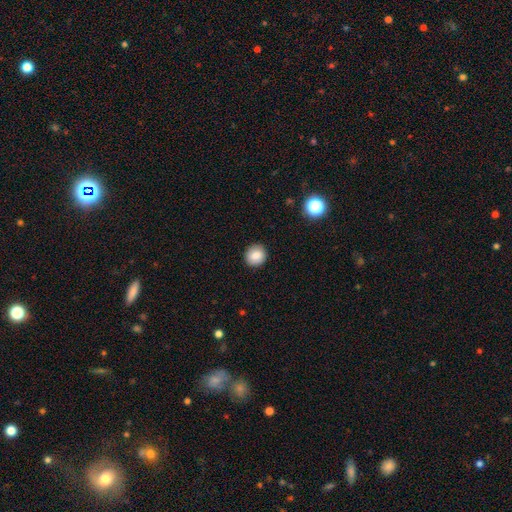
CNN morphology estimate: type=smooth (85%); roundness=round (88%); merging=none (91%).